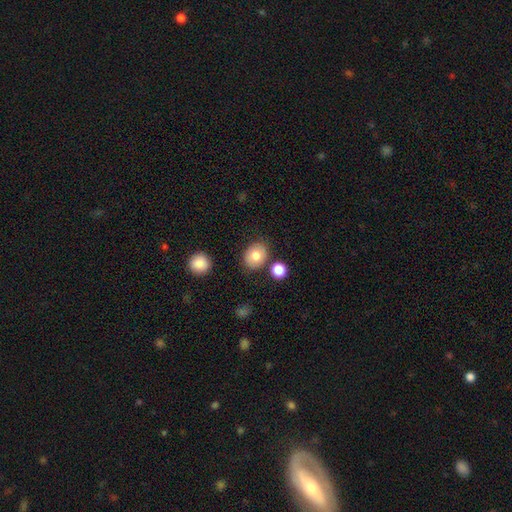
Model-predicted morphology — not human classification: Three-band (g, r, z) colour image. It shows a smooth galaxy with no disk features (80%) that is round (53%). Merging: none (80%).